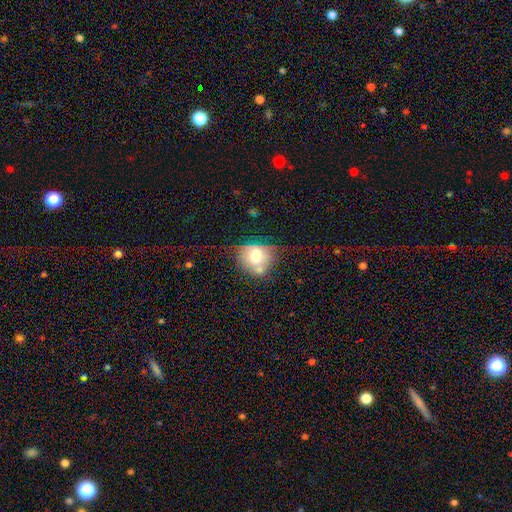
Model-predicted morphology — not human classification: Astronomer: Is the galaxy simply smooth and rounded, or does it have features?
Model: smooth — 63%.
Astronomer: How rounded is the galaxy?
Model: round — 69%.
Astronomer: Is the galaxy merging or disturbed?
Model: none — 47% (runner-up: minor disturbance, 24%).